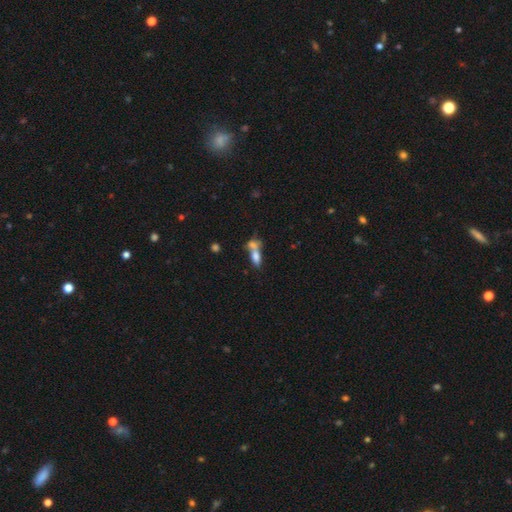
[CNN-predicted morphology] Smooth or featured: smooth — 70% (featured or disk — 20%)
How rounded: in between — 73% (cigar-shaped — 20%)
Merging: merger — 61% (none — 25%)